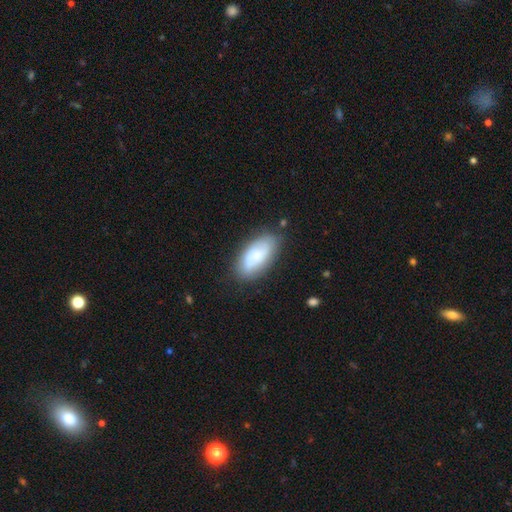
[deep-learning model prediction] smooth 66%, featured or disk 27%, star or artifact 8%. Down the decision tree: how rounded — in between (89%); merging — none (78%).